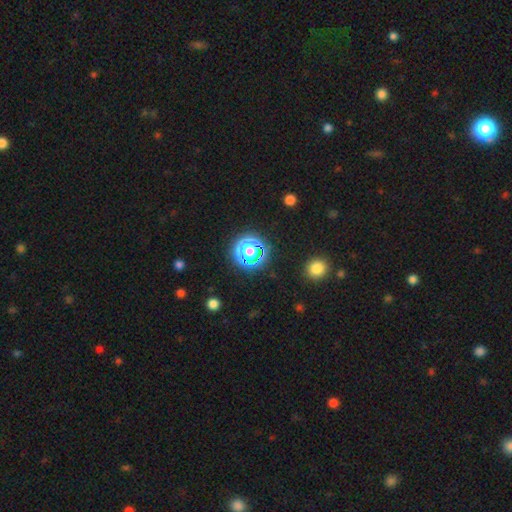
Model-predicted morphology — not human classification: This appears to be a star or artifact, not a galaxy (53%).